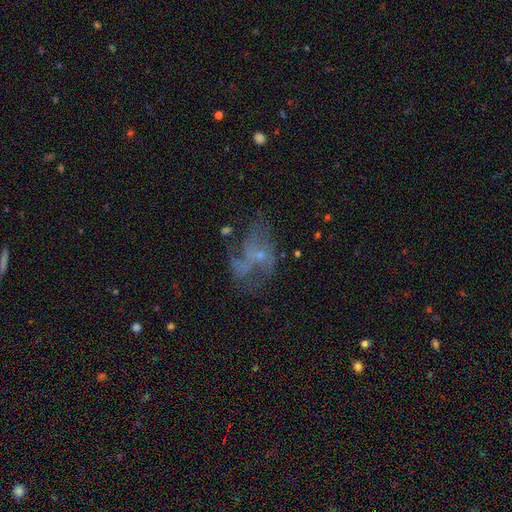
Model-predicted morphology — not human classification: featured or disk 66%, smooth 19%, star or artifact 14%. Down the decision tree: edge-on disk — no (97%); bar — no (80%); spiral arms — yes (60%); bulge size — small (67%); merging — none (37%).